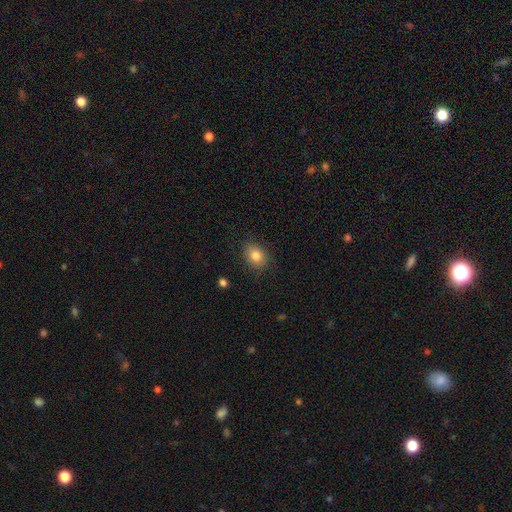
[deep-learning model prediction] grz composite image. It shows a smooth galaxy with no disk features (83%) that is in between round and cigar-shaped (58%). Merging: none (83%).